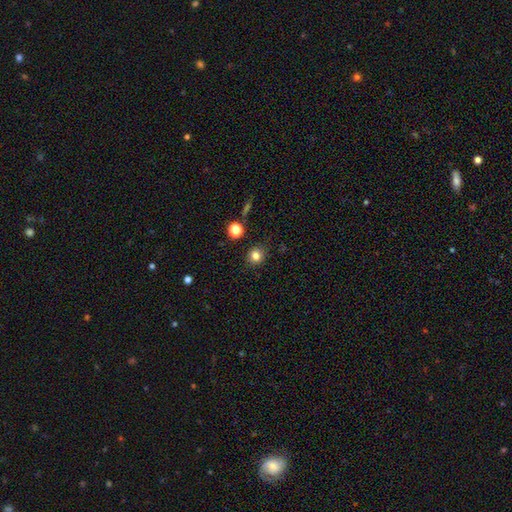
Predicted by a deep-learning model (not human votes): Overall: smooth (80%). How rounded: round (85%). Merging: none (87%).